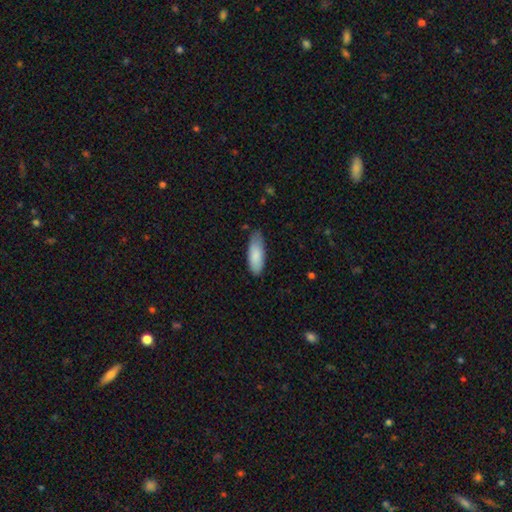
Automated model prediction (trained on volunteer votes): smooth 86%, featured or disk 9%, star or artifact 5%. Down the decision tree: how rounded — in between (68%); merging — none (73%).